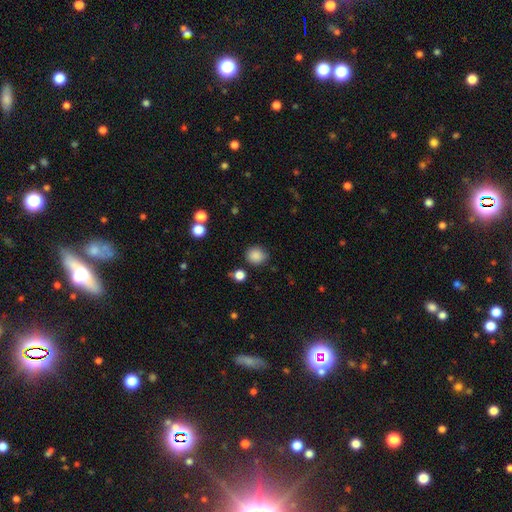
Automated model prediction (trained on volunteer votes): smooth-or-featured: smooth: 86% | star or artifact: 10% | featured or disk: 4%
  how-rounded: round: 81% | in between: 18% | cigar-shaped: 1%
  merging: none: 82% | minor disturbance: 12% | major disturbance: 3% | merger: 3%